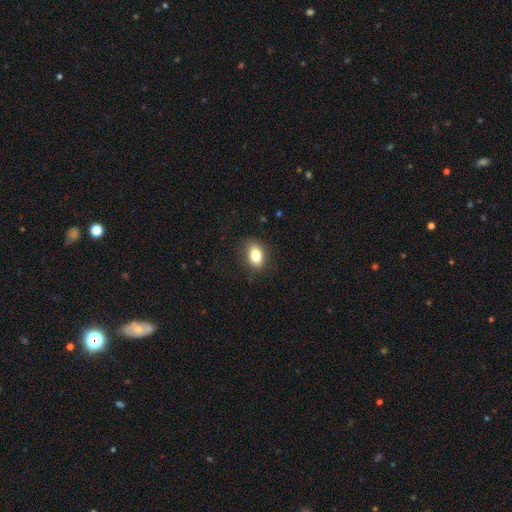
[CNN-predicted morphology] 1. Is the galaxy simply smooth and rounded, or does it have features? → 81% smooth, 10% featured or disk, 9% star or artifact.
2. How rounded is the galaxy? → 77% in between, 21% round, 2% cigar-shaped.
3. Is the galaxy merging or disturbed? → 83% none, 12% minor disturbance, 3% major disturbance, 1% merger.